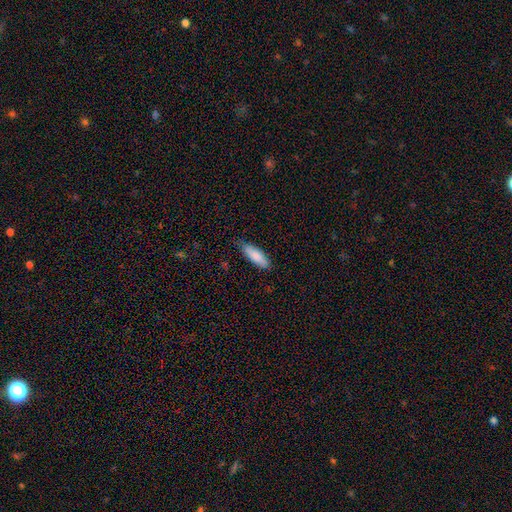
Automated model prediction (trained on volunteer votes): The model was most divided on "how rounded": in between: 53%, cigar-shaped: 46%, round: 1%. More confident: smooth or featured — smooth (85%); merging — none (80%).